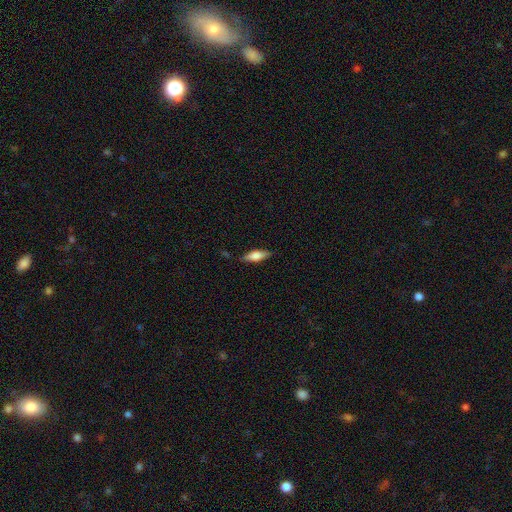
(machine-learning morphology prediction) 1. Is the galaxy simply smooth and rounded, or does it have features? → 65% smooth, 28% featured or disk, 7% star or artifact.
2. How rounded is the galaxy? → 61% in between, 36% cigar-shaped, 3% round.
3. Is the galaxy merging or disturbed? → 82% none, 14% minor disturbance, 3% major disturbance, 1% merger.